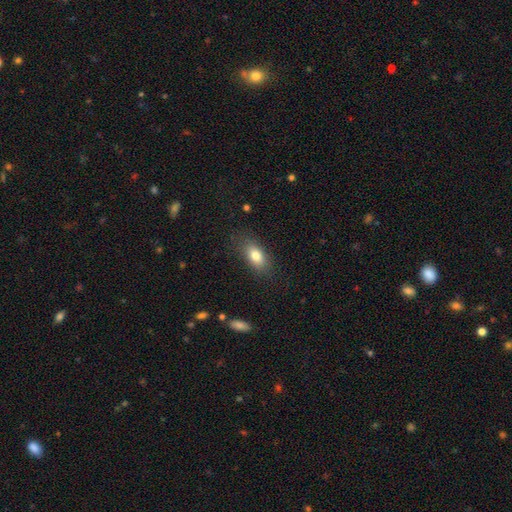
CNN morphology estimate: A smooth galaxy with no disk features (81%) that is in between round and cigar-shaped (86%). Merging: none (81%).